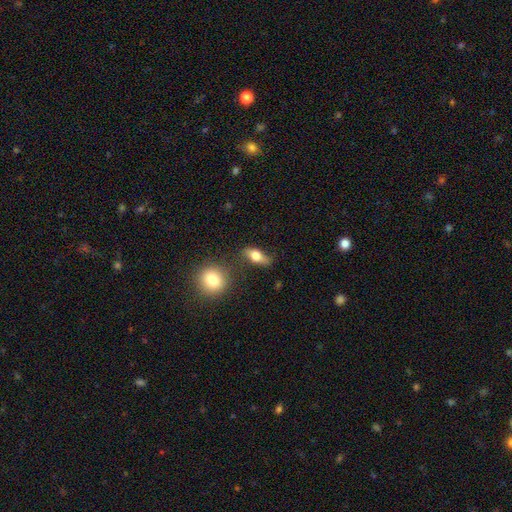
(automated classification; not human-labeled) smooth-or-featured: smooth: 67% | featured or disk: 24% | star or artifact: 9%
  how-rounded: in between: 71% | cigar-shaped: 15% | round: 14%
  merging: none: 62% | minor disturbance: 22% | major disturbance: 9% | merger: 7%